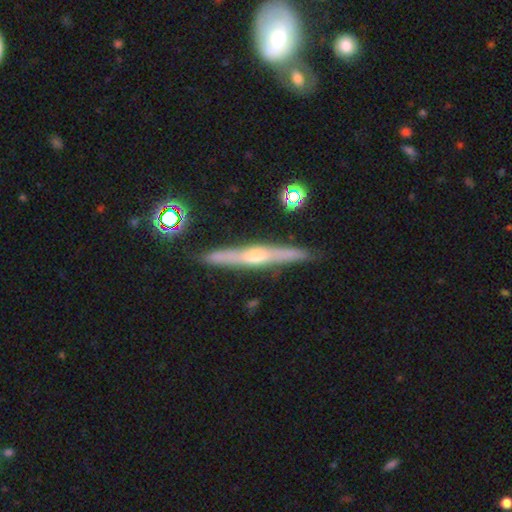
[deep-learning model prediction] smooth-or-featured: featured or disk: 76% | smooth: 17% | star or artifact: 7%
  disk-edge-on: yes: 97% | no: 3%
    edge-on-bulge: rounded: 85% | none: 12% | boxy: 4%
  merging: none: 88% | minor disturbance: 8% | merger: 2% | major disturbance: 2%